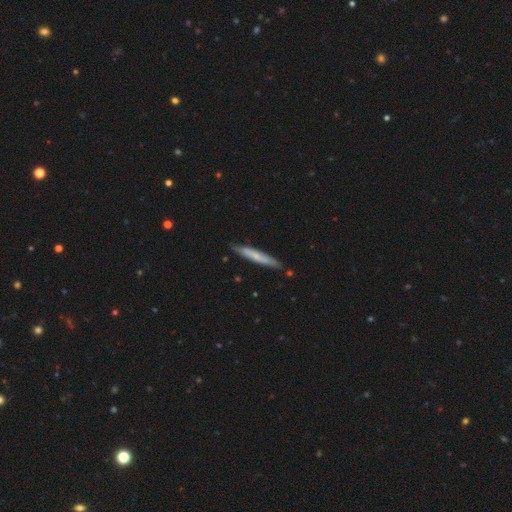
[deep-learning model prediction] Morphology: type=smooth (57%); roundness=cigar-shaped (95%); merging=none (85%).